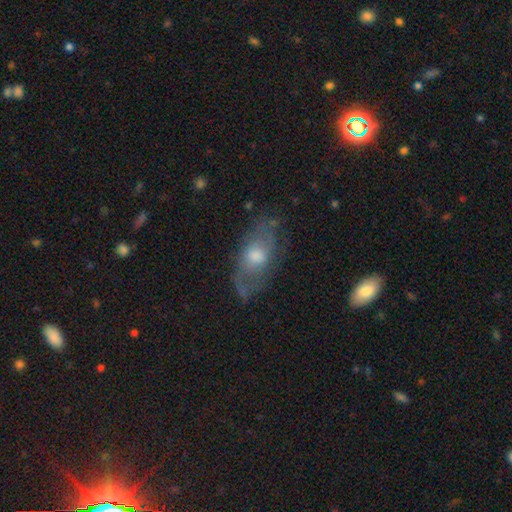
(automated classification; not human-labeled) Smooth or featured? Predicted: featured or disk (p=0.51). Edge-on disk? Predicted: no (p=0.82). Merging? Predicted: none (p=0.64).